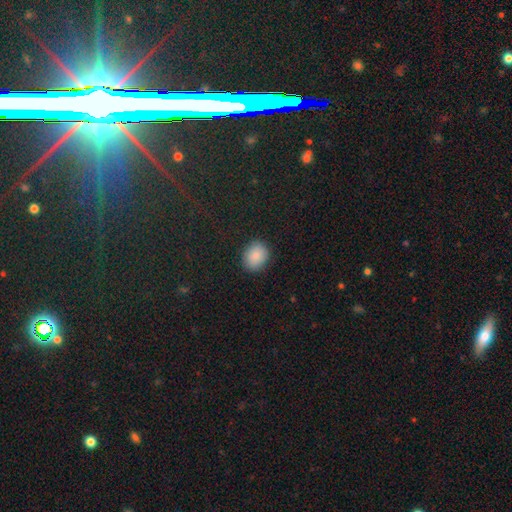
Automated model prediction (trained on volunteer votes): smooth 87%, star or artifact 8%, featured or disk 4%. Down the decision tree: how rounded — in between (51%); merging — none (87%).